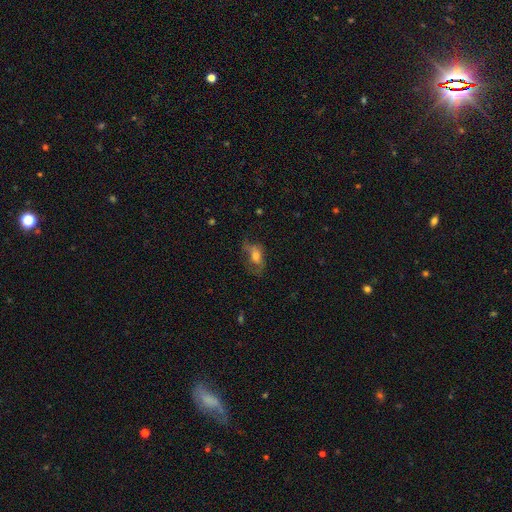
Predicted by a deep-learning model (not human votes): smooth 53%, featured or disk 35%, star or artifact 12%. Down the decision tree: how rounded — in between (81%); merging — none (43%).